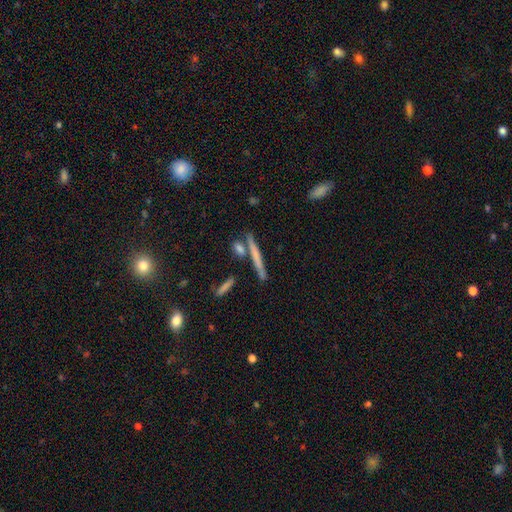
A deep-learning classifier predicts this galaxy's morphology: Smooth or featured?
  - smooth: 50% *
  - featured or disk: 41%
  - star or artifact: 10%
Merging?
  - none: 77% *
  - merger: 11%
  - minor disturbance: 9%
  - major disturbance: 3%